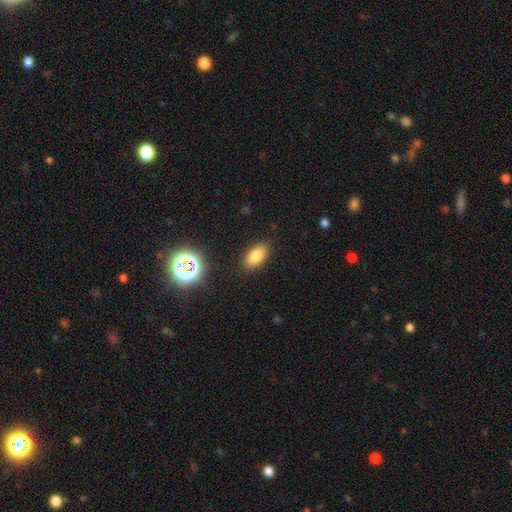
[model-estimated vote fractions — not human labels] This is clearly a smooth galaxy (81%). How rounded: clearly in between (90%). Merging: clearly none (86%).